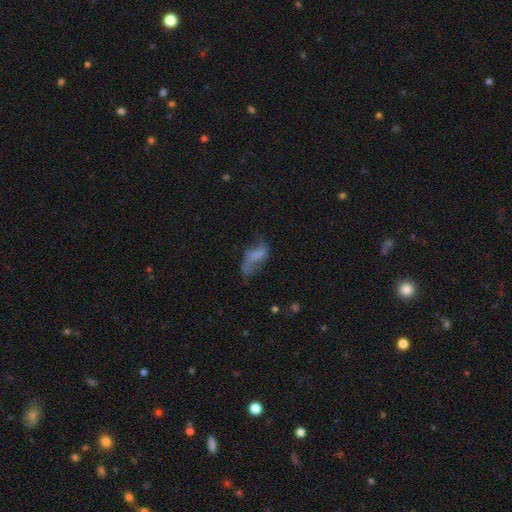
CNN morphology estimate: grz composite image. It shows a featured or disk galaxy (44%, tied with smooth). Merging: major disturbance (35%).